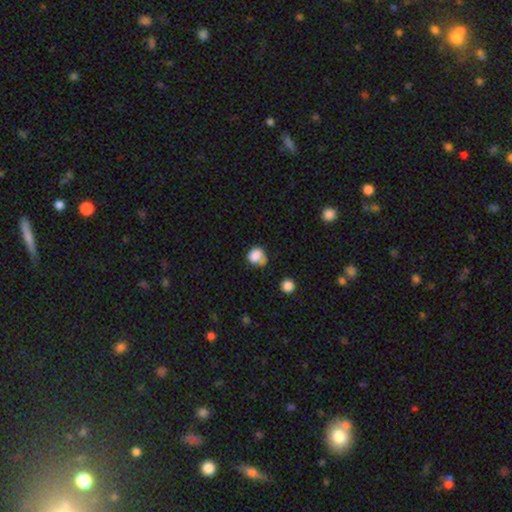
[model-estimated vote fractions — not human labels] Smooth or featured? smooth (82%)
How rounded? round (67%)
Merging? none (44%)